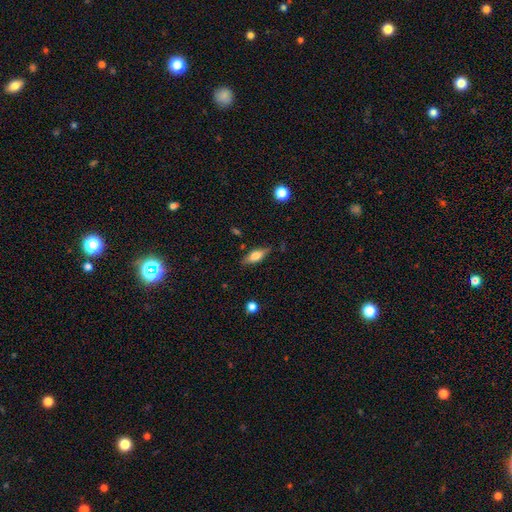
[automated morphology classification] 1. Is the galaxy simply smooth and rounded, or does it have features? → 56% smooth, 37% featured or disk, 8% star or artifact.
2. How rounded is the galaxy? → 67% in between, 29% cigar-shaped, 4% round.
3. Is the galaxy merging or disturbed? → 81% none, 14% minor disturbance, 3% major disturbance, 2% merger.